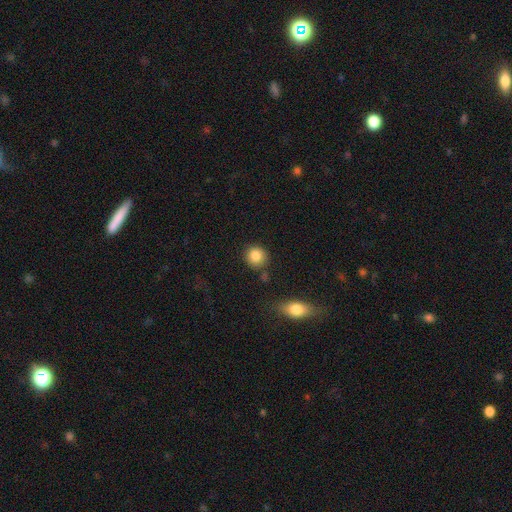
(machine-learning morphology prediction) Smooth or featured? smooth (85%)
How rounded? round (89%)
Merging? none (82%)